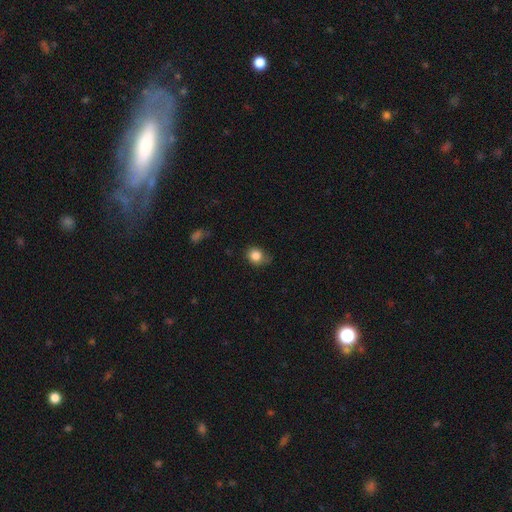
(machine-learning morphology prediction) Smooth or featured? Predicted: smooth (p=0.84). How rounded? Predicted: round (p=0.67). Merging? Predicted: none (p=0.61).